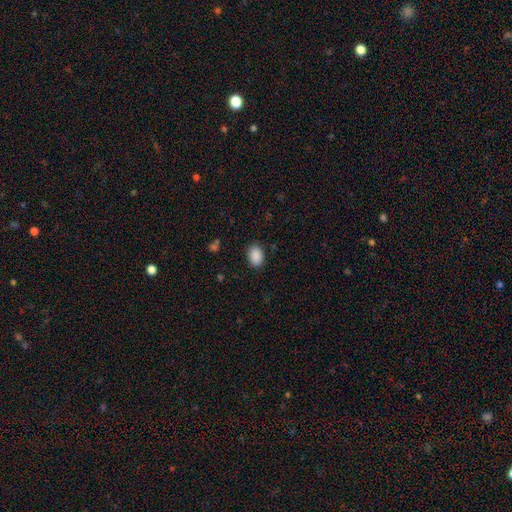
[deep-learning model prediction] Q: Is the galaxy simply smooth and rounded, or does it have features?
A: smooth — 90%.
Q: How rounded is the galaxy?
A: in between — 81%.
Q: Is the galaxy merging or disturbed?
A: none — 88%.